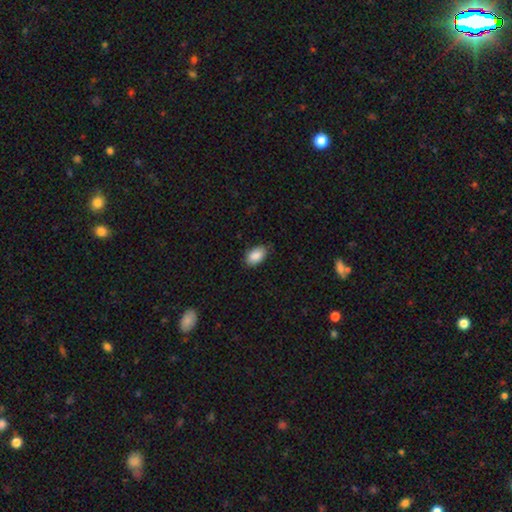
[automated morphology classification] This is clearly a smooth galaxy (88%). How rounded: clearly in between (93%). Merging: clearly none (81%).